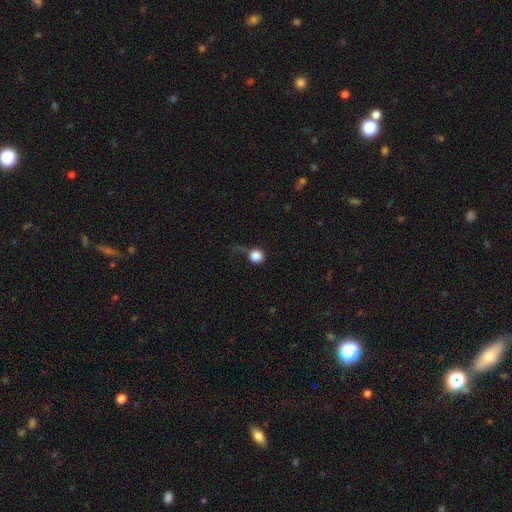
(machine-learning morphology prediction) A smooth galaxy with no disk features (84%) that is round (92%). Merging: none (51%).